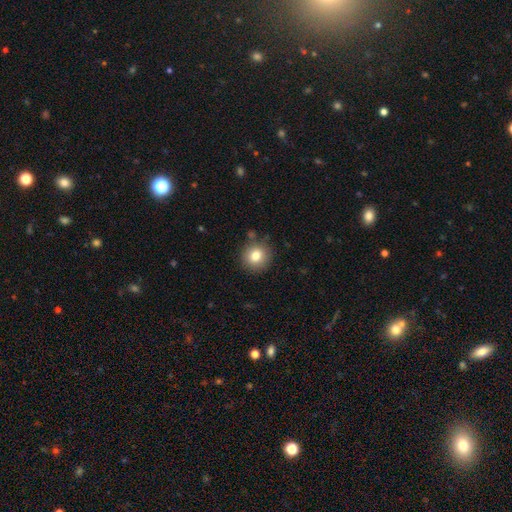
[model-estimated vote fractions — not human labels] A smooth galaxy with no disk features (80%) that is round (90%). Merging: none (85%).